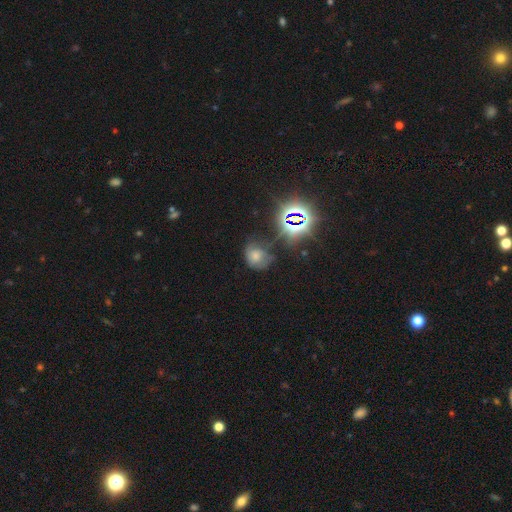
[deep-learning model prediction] Q: Smooth or featured?
A: smooth (50%); runner-up: star or artifact (31%)
Q: Merging?
A: none (43%); runner-up: minor disturbance (29%)